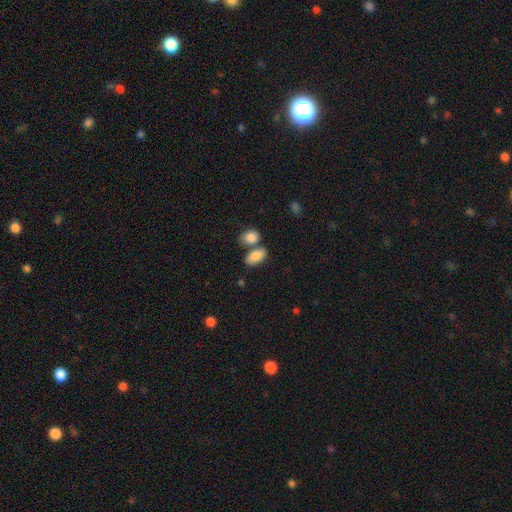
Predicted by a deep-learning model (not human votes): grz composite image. It shows a smooth galaxy with no disk features (86%) that is in between round and cigar-shaped (92%). Merging: none (53%).